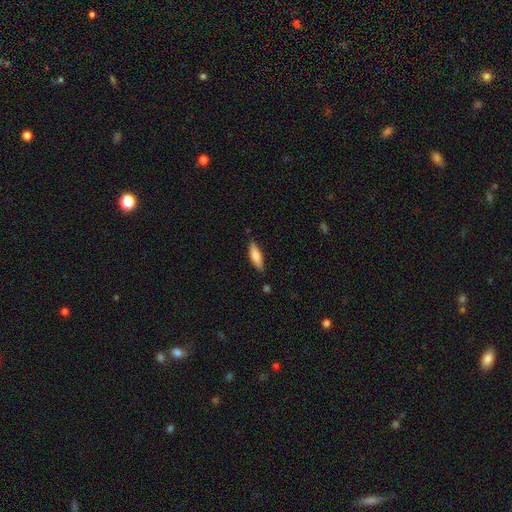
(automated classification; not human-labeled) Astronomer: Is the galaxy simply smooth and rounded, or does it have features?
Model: smooth — 76%.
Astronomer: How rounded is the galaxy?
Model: cigar-shaped — 58% (runner-up: in between, 40%).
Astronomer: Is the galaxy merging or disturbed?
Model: none — 82%.